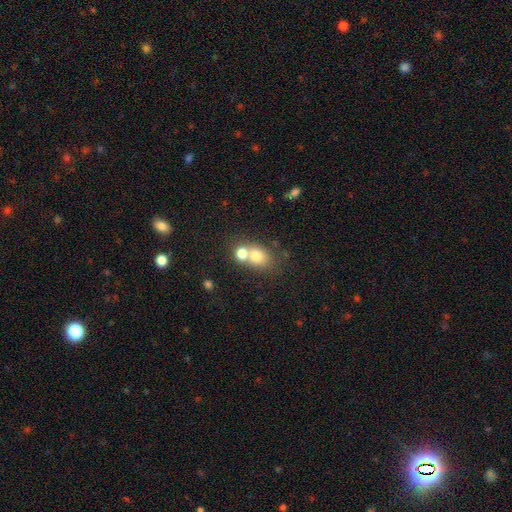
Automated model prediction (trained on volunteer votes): The model was most divided on "how rounded": in between: 51%, round: 48%, cigar-shaped: 1%. More confident: smooth or featured — smooth (73%); merging — merger (51%).